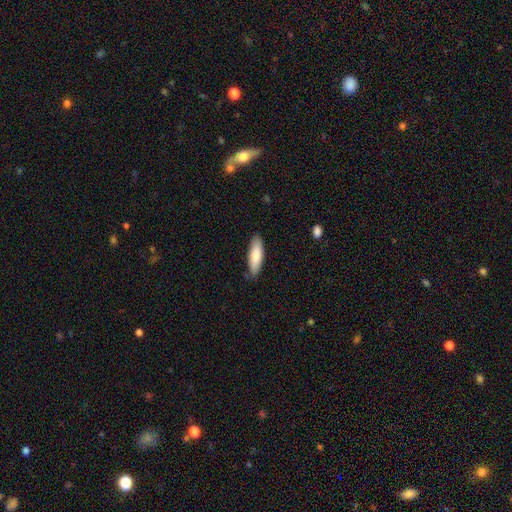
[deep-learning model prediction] A smooth galaxy with no disk features (81%) that is in between round and cigar-shaped (52%). Merging: none (84%).